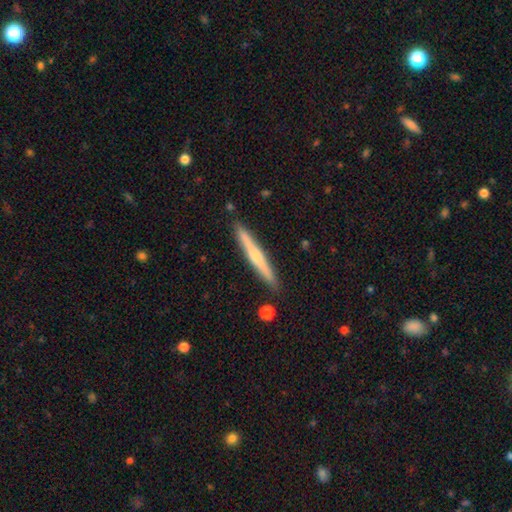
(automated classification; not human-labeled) A featured or disk galaxy (53%) viewed edge-on (97%) with a rounded central bulge (62%).

Vote fractions:
- Smooth or featured? featured or disk: 53% / smooth: 42% / star or artifact: 5%
- Edge-on disk? yes: 97% / no: 3%
- Edge-on bulge? rounded: 62% / none: 31% / boxy: 7%
- Merging? none: 90% / minor disturbance: 7% / merger: 2% / major disturbance: 1%